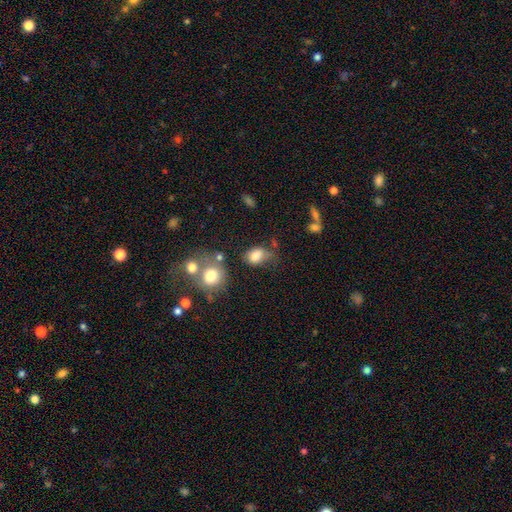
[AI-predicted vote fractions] smooth_or_featured: smooth (p=0.78) [alt: featured or disk p=0.11]
how_rounded: in between (p=0.73) [alt: round p=0.26]
merging: none (p=0.42) [alt: minor disturbance p=0.31]